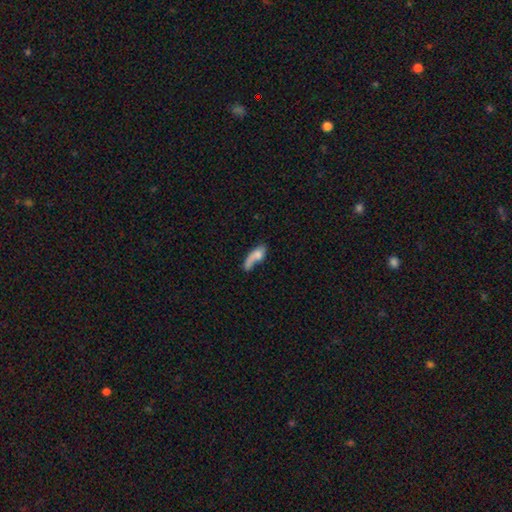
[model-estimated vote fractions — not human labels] smooth-or-featured: smooth: 60% | featured or disk: 32% | star or artifact: 8%
  how-rounded: in between: 60% | cigar-shaped: 34% | round: 6%
  merging: none: 30% (tied) | major disturbance: 30% (tied) | minor disturbance: 21% | merger: 19%